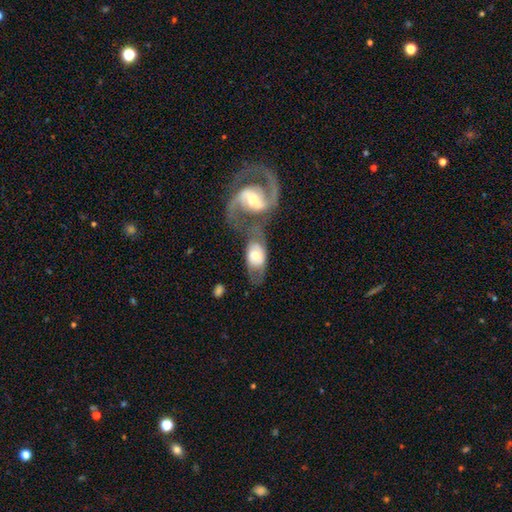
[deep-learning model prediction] Smooth or featured?
  - featured or disk: 60% *
  - smooth: 35%
  - star or artifact: 5%
Edge-on disk?
  - no: 90% *
  - yes: 10%
Bar?
  - no: 57% *
  - weak: 29%
  - strong: 14%
Spiral arms?
  - yes: 70% *
  - no: 30%
Bulge size?
  - moderate: 53% *
  - small: 22%
  - large: 20%
  - dominant: 2%
  - none: 2%
Merging?
  - merger: 51% *
  - none: 27%
  - minor disturbance: 12%
  - major disturbance: 10%